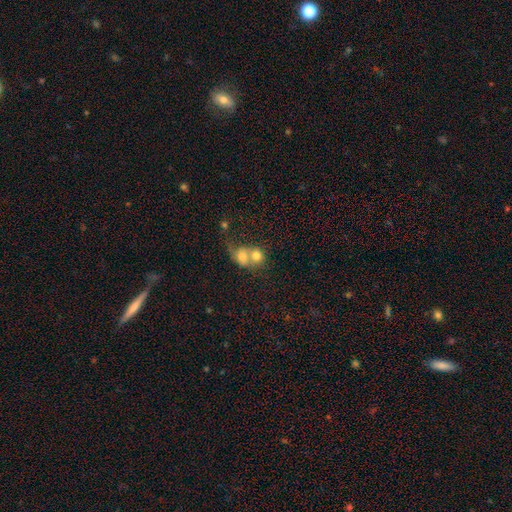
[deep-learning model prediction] The model was most divided on "smooth or featured": smooth: 57%, featured or disk: 28%, star or artifact: 15%. More confident: merging — merger (71%); how rounded — round (67%).